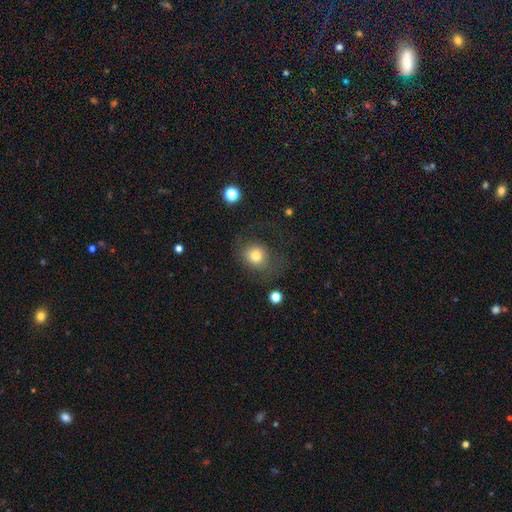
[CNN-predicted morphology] smooth_or_featured: smooth (p=0.76) [alt: star or artifact p=0.12]
how_rounded: round (p=0.78) [alt: in between p=0.21]
merging: none (p=0.60) [alt: major disturbance p=0.19]